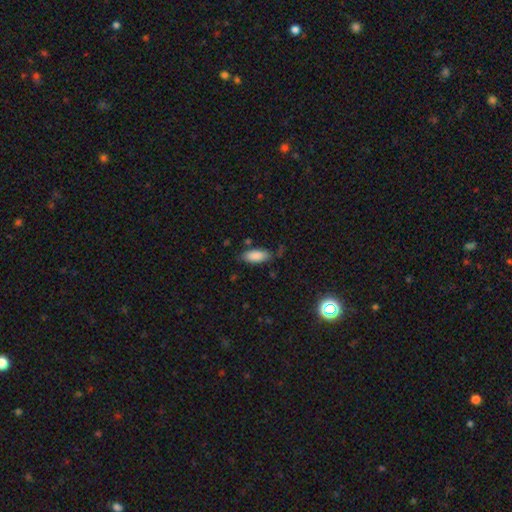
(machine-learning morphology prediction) smooth-or-featured: smooth: 86% | featured or disk: 7% | star or artifact: 7%
  how-rounded: in between: 86% | cigar-shaped: 12% | round: 2%
  merging: none: 71% | minor disturbance: 21% | major disturbance: 5% | merger: 3%